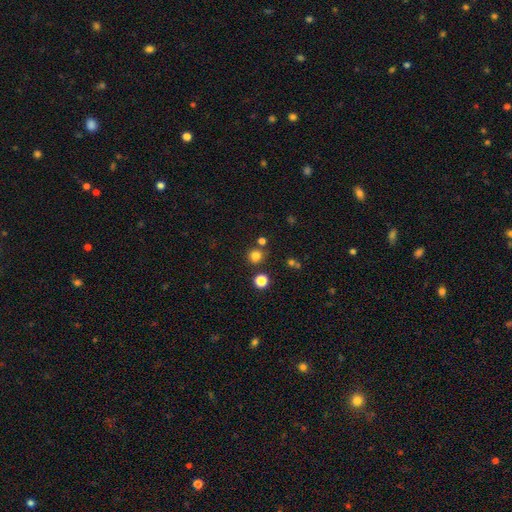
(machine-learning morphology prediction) Smooth or featured? Predicted: smooth (p=0.79). How rounded? Predicted: round (p=0.92). Merging? Predicted: none (p=0.82).